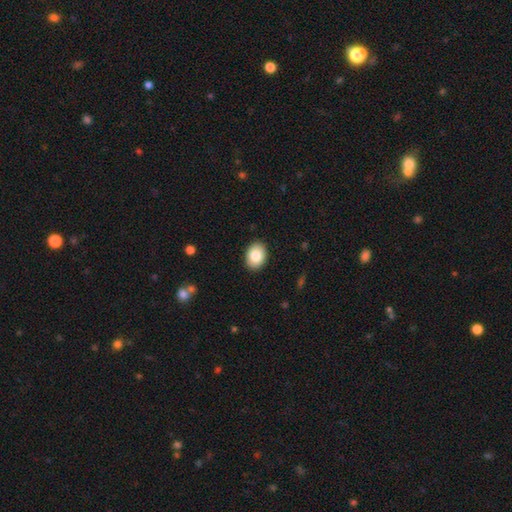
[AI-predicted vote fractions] Smooth or featured? Predicted: smooth (p=0.84). How rounded? Predicted: in between (p=0.75). Merging? Predicted: none (p=0.90).